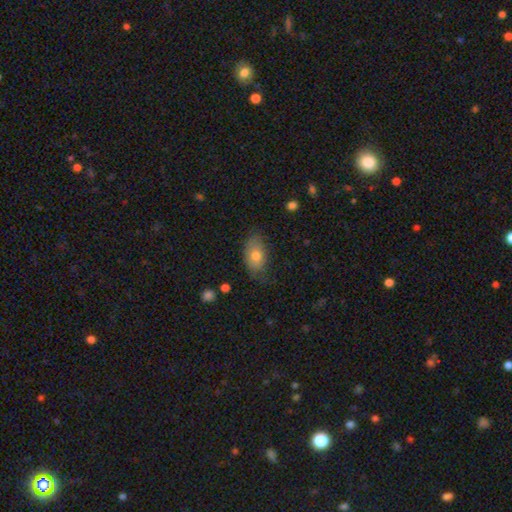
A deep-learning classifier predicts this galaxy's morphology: The model was most divided on "merging": none: 59%, minor disturbance: 30%, major disturbance: 9%, merger: 2%. More confident: how rounded — in between (88%); smooth or featured — smooth (74%).